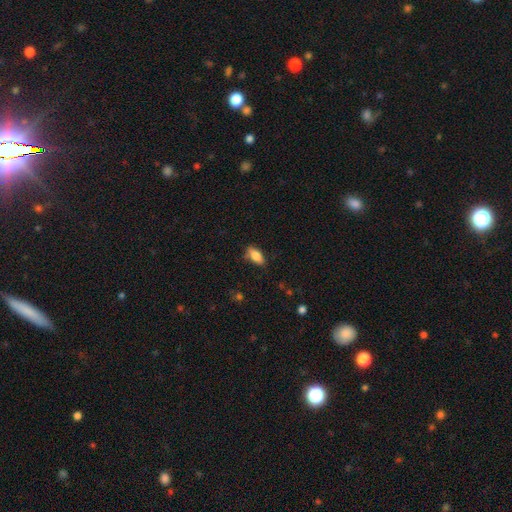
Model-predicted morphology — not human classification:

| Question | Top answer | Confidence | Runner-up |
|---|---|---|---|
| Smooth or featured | smooth | 82% | featured or disk (10%) |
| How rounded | in between | 85% | cigar-shaped (12%) |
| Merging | none | 75% | minor disturbance (19%) |